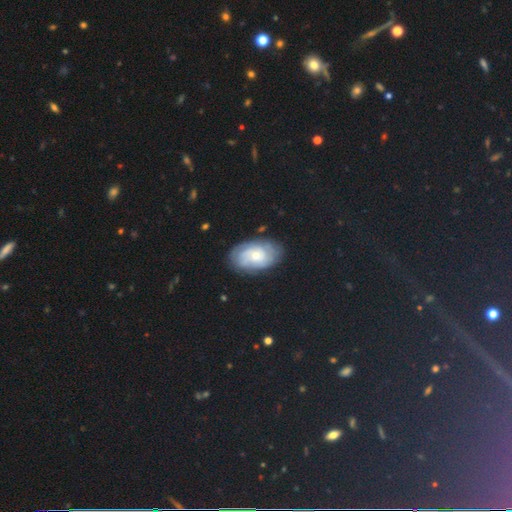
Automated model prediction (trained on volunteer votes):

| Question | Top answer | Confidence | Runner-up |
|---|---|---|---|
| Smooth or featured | featured or disk | 65% | smooth (28%) |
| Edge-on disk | no | 96% | yes (4%) |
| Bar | no | 74% | weak (23%) |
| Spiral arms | yes | 88% | no (12%) |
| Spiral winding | tight | 63% | medium (28%) |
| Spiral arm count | can't tell | 47% | 2 (23%) |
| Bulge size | small | 46% | moderate (45%) |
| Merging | none | 77% | minor disturbance (16%) |